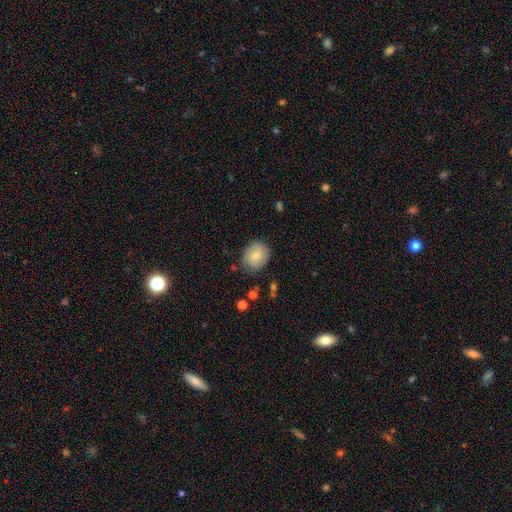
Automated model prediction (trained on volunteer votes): This appears to be a smooth galaxy with no disk features (70%) that is round (56%). Merging: none (75%).